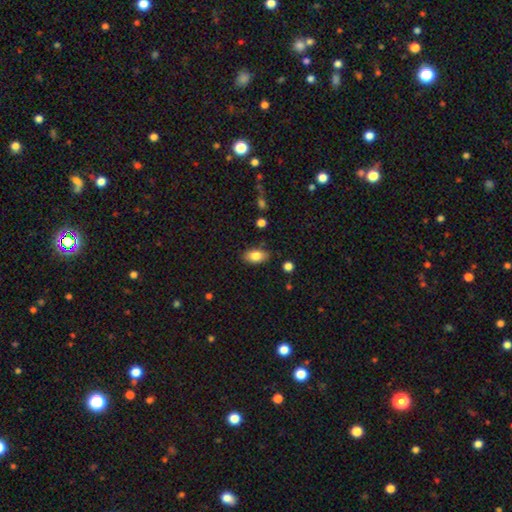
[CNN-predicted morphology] This is clearly a smooth galaxy (83%). How rounded: clearly in between (91%). Merging: clearly none (84%).